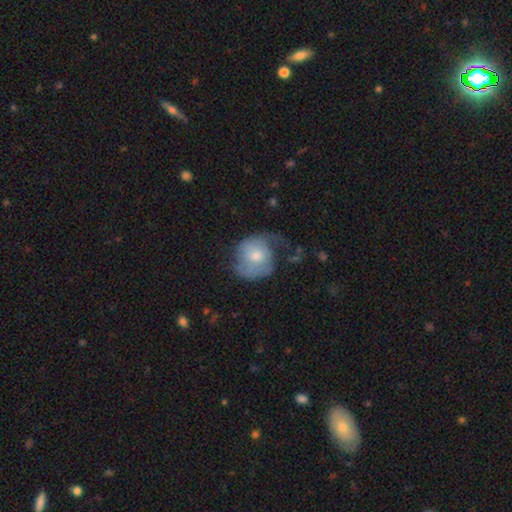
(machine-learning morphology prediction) This is possibly a featured or disk galaxy (51%). It is clearly not viewed edge-on (97%). Merging: marginally none (41%).